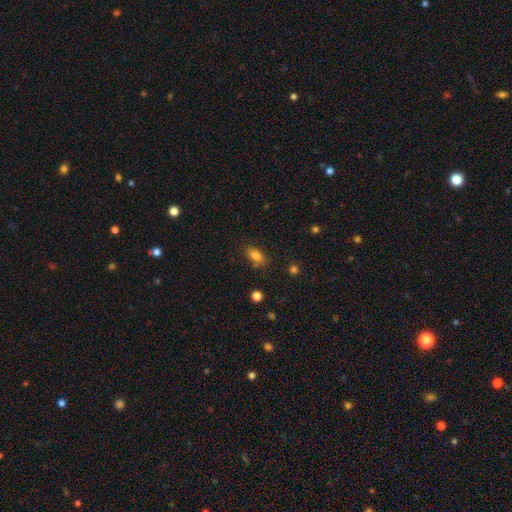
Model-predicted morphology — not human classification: Smooth or featured? smooth (82%)
How rounded? in between (87%)
Merging? none (78%)